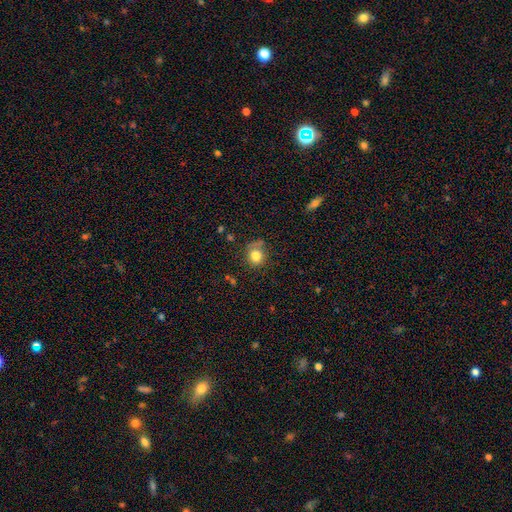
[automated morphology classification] smooth-or-featured: smooth: 80% | star or artifact: 11% | featured or disk: 9%
  how-rounded: round: 82% | in between: 17% | cigar-shaped: 1%
  merging: none: 68% | minor disturbance: 20% | major disturbance: 7% | merger: 5%